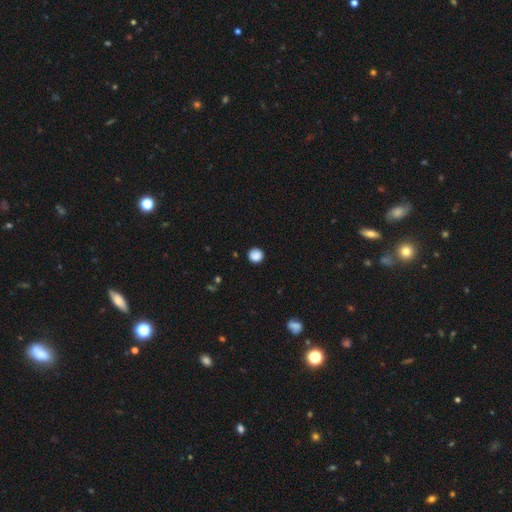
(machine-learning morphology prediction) smooth-or-featured: smooth: 87% | star or artifact: 10% | featured or disk: 3%
  how-rounded: round: 91% | in between: 8% | cigar-shaped: 1%
  merging: none: 89% | minor disturbance: 8% | major disturbance: 2% | merger: 1%